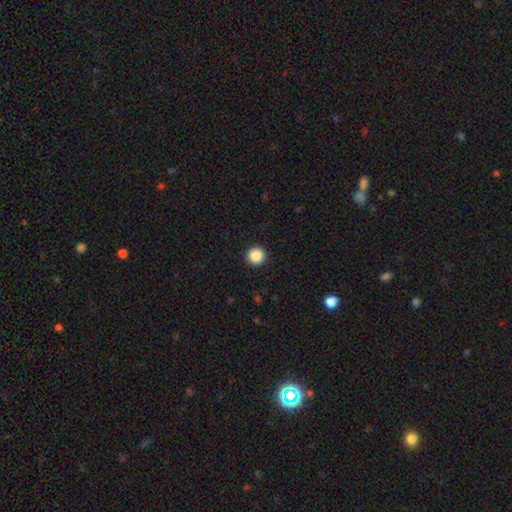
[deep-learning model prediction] The model was most divided on "smooth or featured": smooth: 88%, star or artifact: 9%, featured or disk: 3%. More confident: how rounded — round (96%); merging — none (93%).